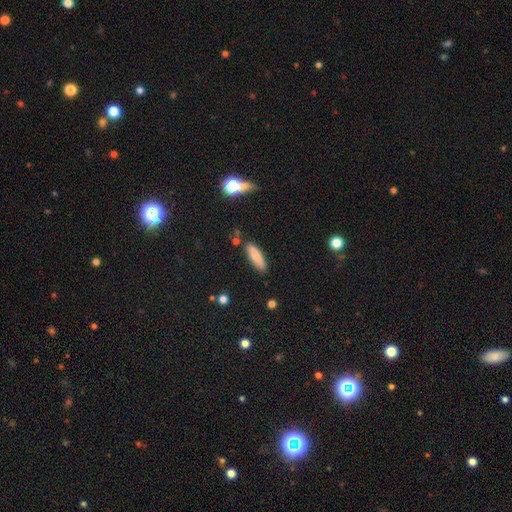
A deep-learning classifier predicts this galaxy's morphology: smooth 82%, featured or disk 11%, star or artifact 7%. Down the decision tree: how rounded — cigar-shaped (59%); merging — none (83%).